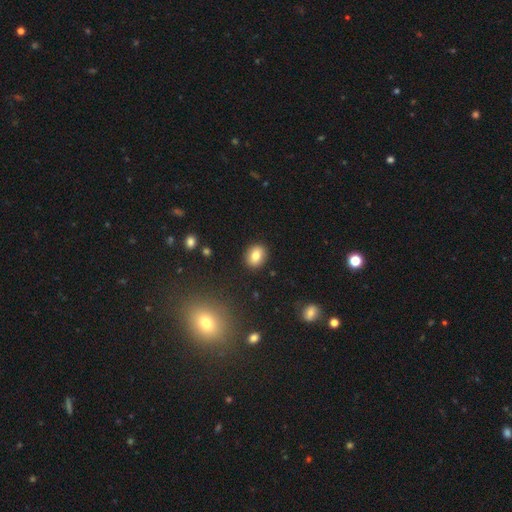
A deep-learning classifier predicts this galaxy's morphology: A smooth galaxy with no disk features (79%) that is round (50%).

Vote fractions:
- Smooth or featured? smooth: 79% / featured or disk: 11% / star or artifact: 10%
- How rounded? round: 50% / in between: 48% / cigar-shaped: 1%
- Merging? none: 90% / minor disturbance: 7% / major disturbance: 2% / merger: 1%